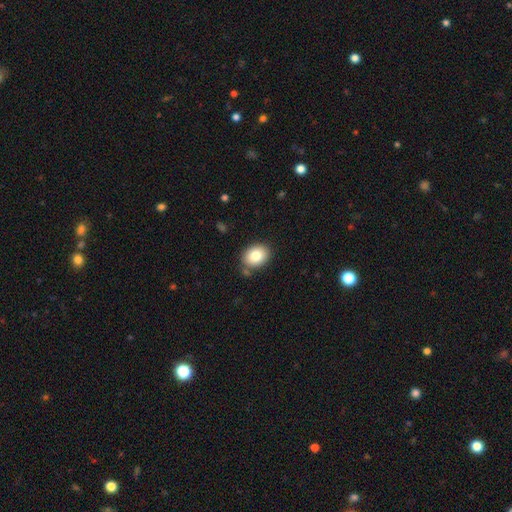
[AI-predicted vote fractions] Smooth or featured: smooth — 82% (featured or disk — 10%)
How rounded: in between — 64% (round — 35%)
Merging: none — 80% (minor disturbance — 13%)